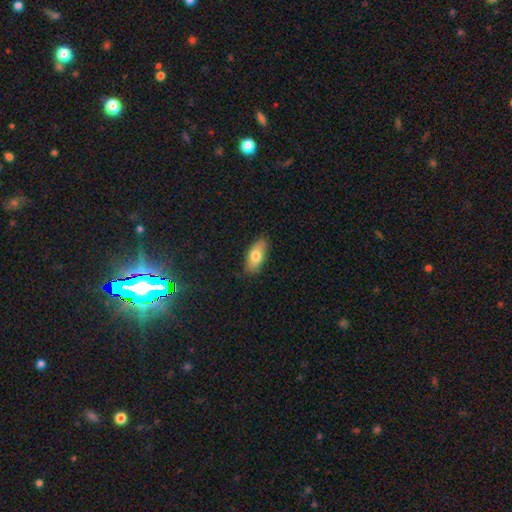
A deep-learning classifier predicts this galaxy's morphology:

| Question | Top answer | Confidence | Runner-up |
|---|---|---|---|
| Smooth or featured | smooth | 74% | featured or disk (20%) |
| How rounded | in between | 86% | cigar-shaped (10%) |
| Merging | none | 84% | minor disturbance (13%) |